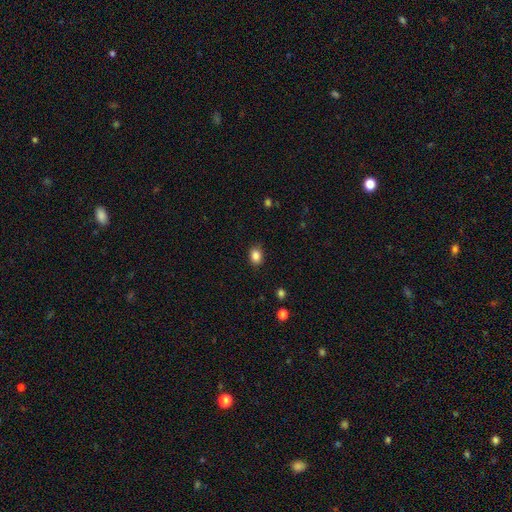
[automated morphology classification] A smooth galaxy with no disk features (86%) that is in between round and cigar-shaped (66%). Merging: none (86%).